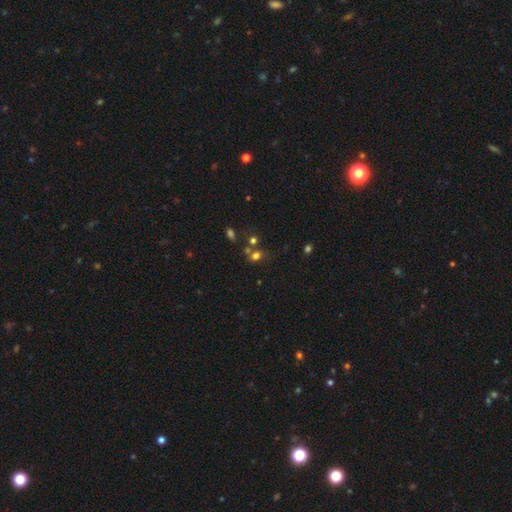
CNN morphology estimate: smooth-or-featured: smooth: 69% | star or artifact: 21% | featured or disk: 10%
  how-rounded: round: 60% | in between: 38% | cigar-shaped: 1%
  merging: none: 52% | merger: 29% | minor disturbance: 13% | major disturbance: 6%